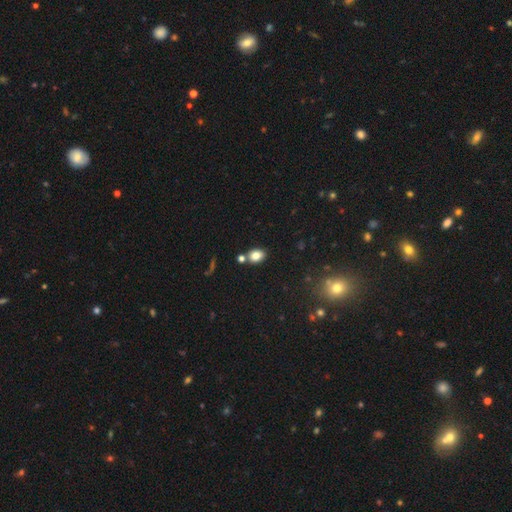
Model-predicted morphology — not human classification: The model was most divided on "how rounded": in between: 67%, round: 32%, cigar-shaped: 1%. More confident: smooth or featured — smooth (80%); merging — none (75%).